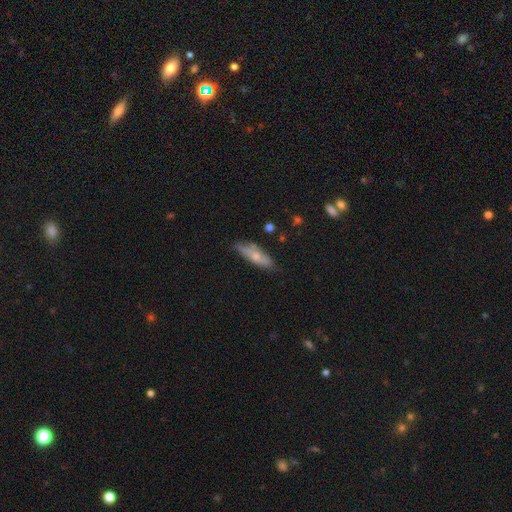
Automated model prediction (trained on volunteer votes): smooth 58%, featured or disk 36%, star or artifact 7%. Down the decision tree: how rounded — cigar-shaped (49%); merging — none (65%).